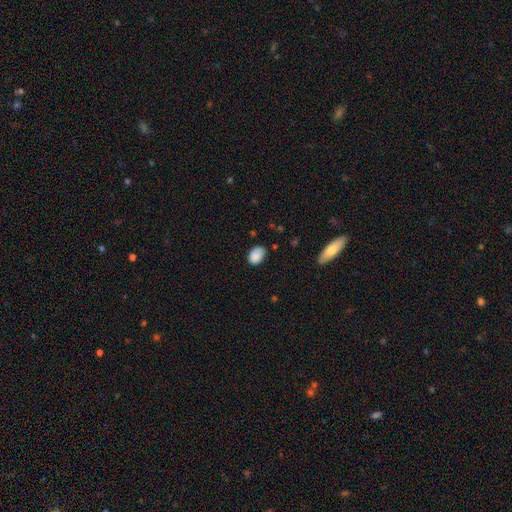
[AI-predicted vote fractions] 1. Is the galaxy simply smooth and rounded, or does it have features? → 88% smooth, 8% star or artifact, 5% featured or disk.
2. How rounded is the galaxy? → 82% in between, 17% round, 1% cigar-shaped.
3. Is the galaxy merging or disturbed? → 72% none, 23% minor disturbance, 4% major disturbance, 2% merger.